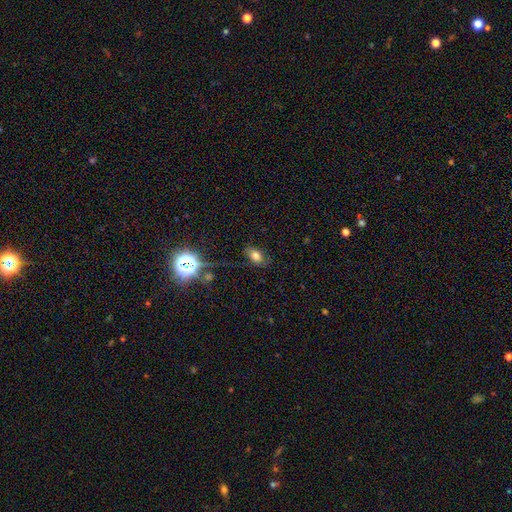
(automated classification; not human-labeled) A smooth galaxy with no disk features (68%) that is in between round and cigar-shaped (86%). Merging: none (74%).